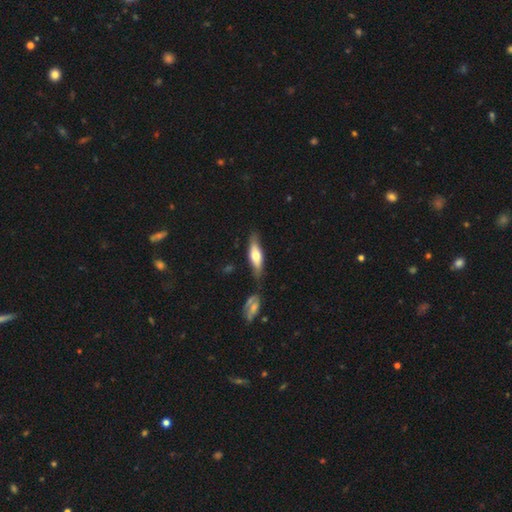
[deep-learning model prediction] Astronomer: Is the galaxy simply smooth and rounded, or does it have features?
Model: smooth — 53% (runner-up: featured or disk, 41%).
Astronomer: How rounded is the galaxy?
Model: cigar-shaped — 54% (runner-up: in between, 44%).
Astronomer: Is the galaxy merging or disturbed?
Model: none — 70%.